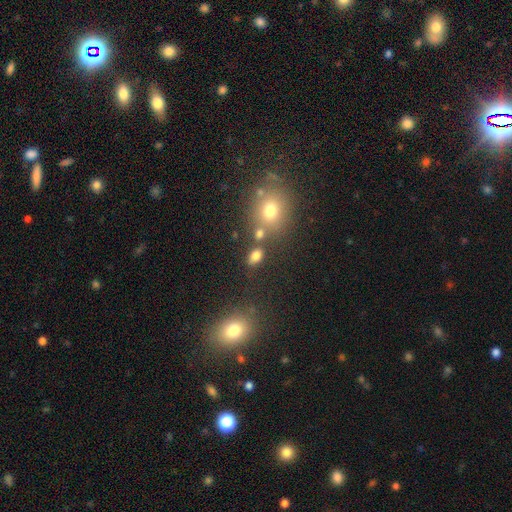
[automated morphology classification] smooth 78%, star or artifact 14%, featured or disk 8%. Down the decision tree: how rounded — in between (79%); merging — none (69%).